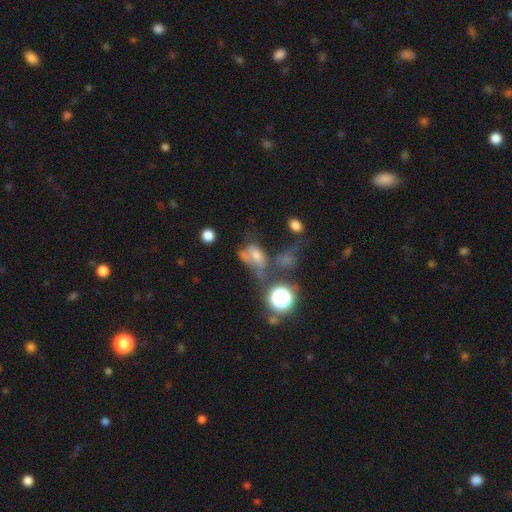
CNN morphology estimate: A smooth galaxy with no disk features (43%).

Vote fractions:
- Smooth or featured? smooth: 43% / featured or disk: 30% / star or artifact: 27%
- Merging? major disturbance: 33% / none: 25% / merger: 24% / minor disturbance: 18%